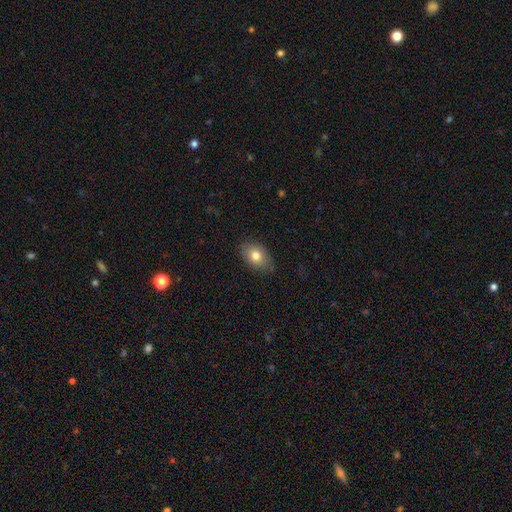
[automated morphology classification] This is likely a smooth galaxy (79%). How rounded: clearly in between (82%). Merging: clearly none (80%).